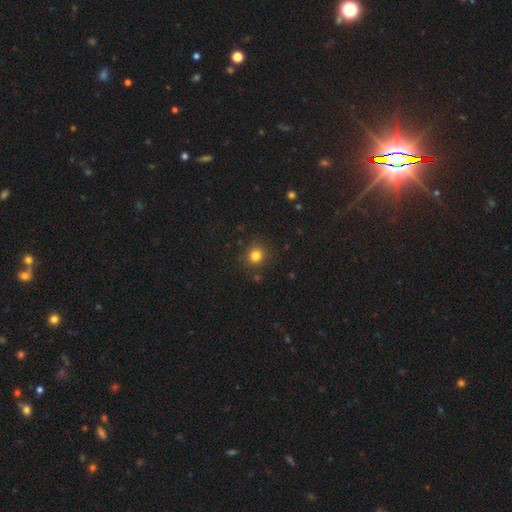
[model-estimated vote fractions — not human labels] A smooth galaxy with no disk features (82%) that is round (85%).

Vote fractions:
- Smooth or featured? smooth: 82% / star or artifact: 13% / featured or disk: 5%
- How rounded? round: 85% / in between: 14% / cigar-shaped: 1%
- Merging? none: 86% / minor disturbance: 9% / major disturbance: 3% / merger: 2%